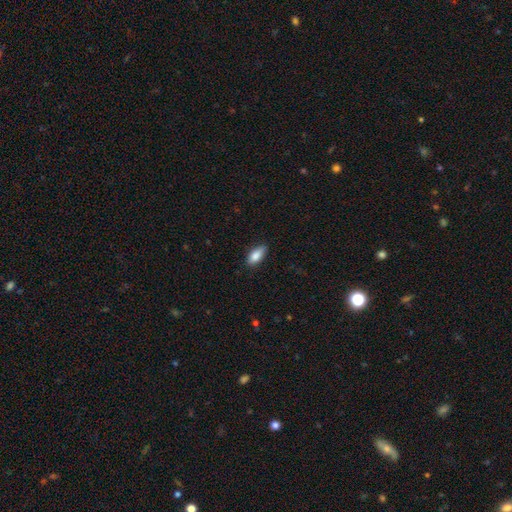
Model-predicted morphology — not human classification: Smooth or featured? smooth (85%)
How rounded? in between (86%)
Merging? none (81%)